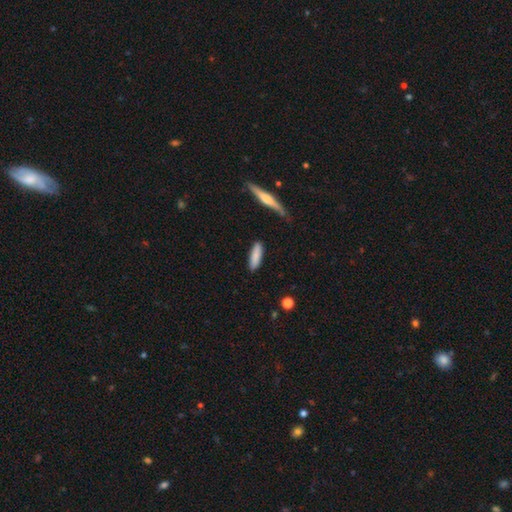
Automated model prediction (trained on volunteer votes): A smooth galaxy with no disk features (84%) that is cigar-shaped (61%). Merging: none (86%).